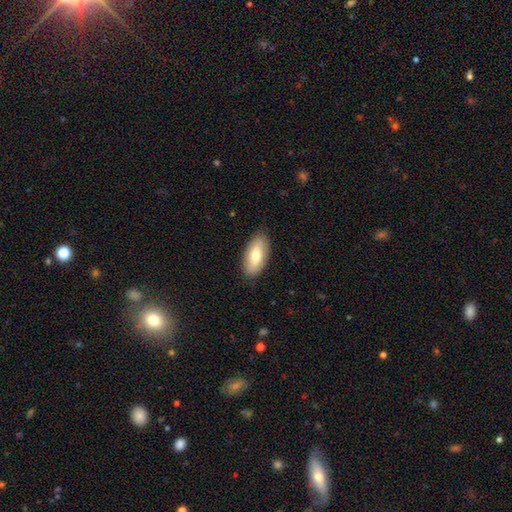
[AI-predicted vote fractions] A smooth galaxy with no disk features (73%) that is in between round and cigar-shaped (91%).

Vote fractions:
- Smooth or featured? smooth: 73% / featured or disk: 21% / star or artifact: 6%
- How rounded? in between: 91% / cigar-shaped: 6% / round: 3%
- Merging? none: 87% / minor disturbance: 10% / major disturbance: 2% / merger: 1%